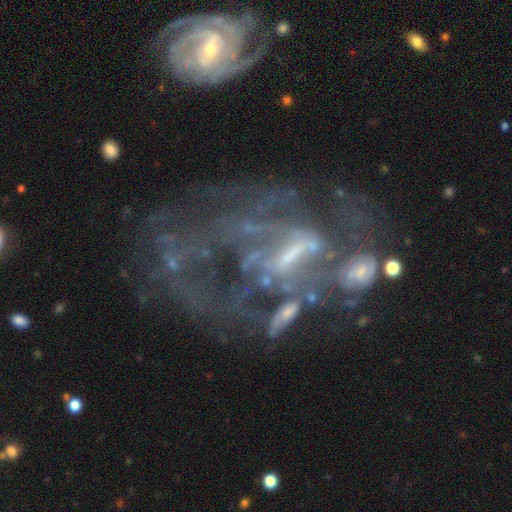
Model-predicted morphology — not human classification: smooth-or-featured: featured or disk: 76% | star or artifact: 15% | smooth: 10%
  disk-edge-on: no: 96% | yes: 4%
    bar: no: 40% | weak: 36% | strong: 24%
    has-spiral-arms: no: 53% | yes: 47%
    bulge-size: none: 40% | small: 35% | moderate: 21% | large: 3% | dominant: 1%
  merging: major disturbance: 39% | merger: 26% | none: 24% | minor disturbance: 12%